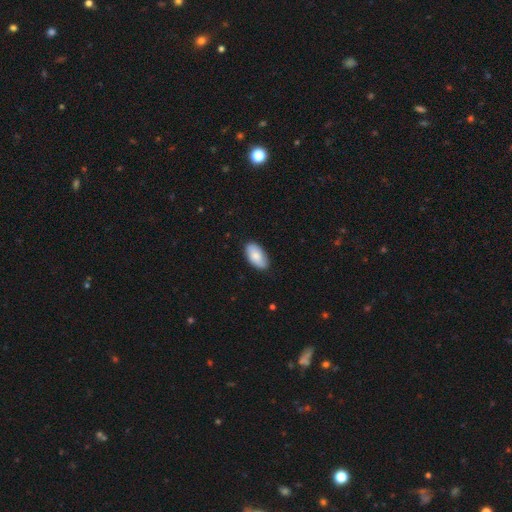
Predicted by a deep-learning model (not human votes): The model was most divided on "smooth or featured": smooth: 79%, featured or disk: 15%, star or artifact: 6%. More confident: how rounded — in between (95%); merging — none (83%).